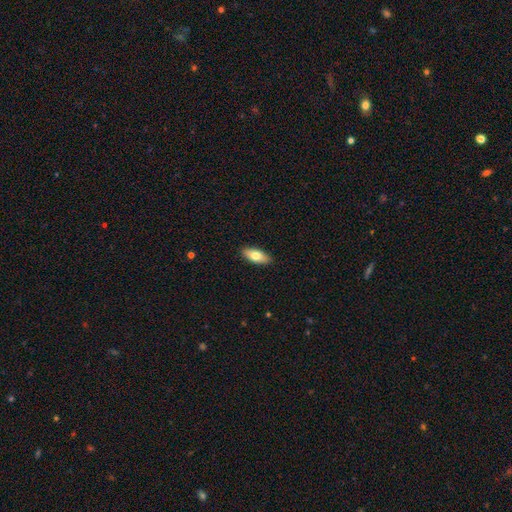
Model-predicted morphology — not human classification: Q: Smooth or featured?
A: smooth (74%); runner-up: featured or disk (20%)
Q: How rounded?
A: in between (80%); runner-up: cigar-shaped (17%)
Q: Merging?
A: none (90%); runner-up: minor disturbance (8%)